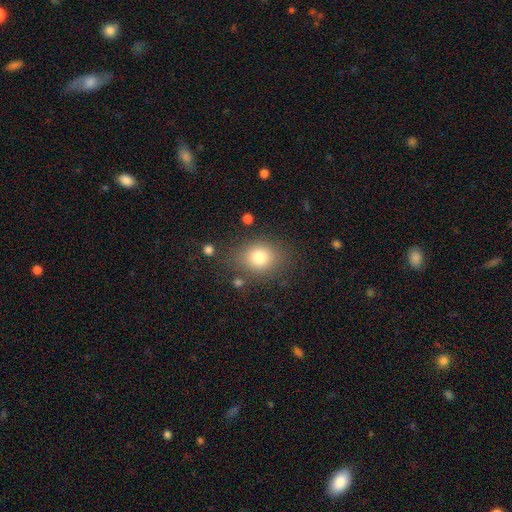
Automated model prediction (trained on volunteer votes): smooth-or-featured: smooth: 72% | star or artifact: 20% | featured or disk: 8%
  how-rounded: round: 57% | in between: 42% | cigar-shaped: 1%
  merging: none: 85% | minor disturbance: 10% | merger: 3% | major disturbance: 3%